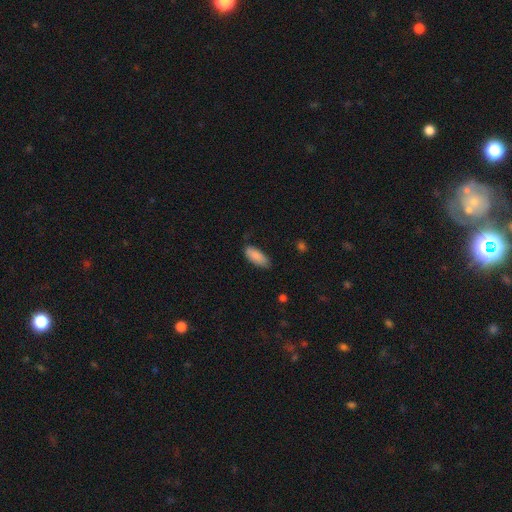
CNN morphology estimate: Smooth or featured? smooth (87%)
How rounded? in between (82%)
Merging? none (72%)